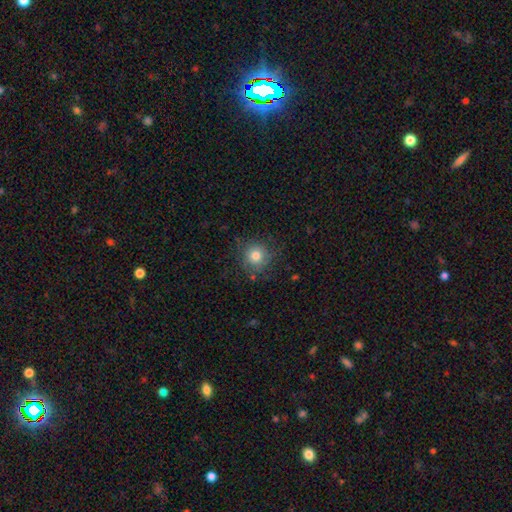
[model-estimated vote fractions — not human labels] Q: Smooth or featured?
A: smooth (77%); runner-up: featured or disk (12%)
Q: How rounded?
A: round (93%); runner-up: in between (7%)
Q: Merging?
A: none (78%); runner-up: minor disturbance (15%)